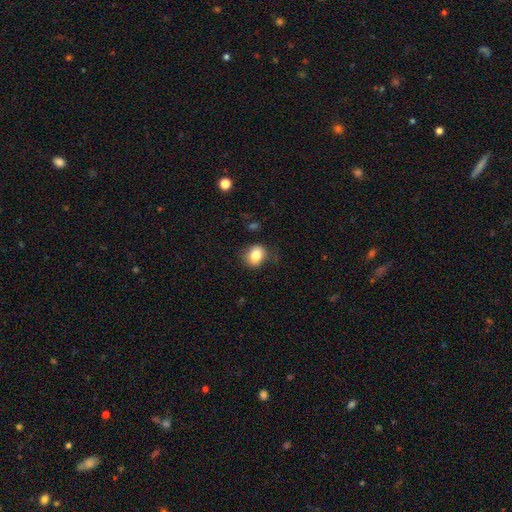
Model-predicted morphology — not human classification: Smooth or featured? smooth (81%)
How rounded? round (51%)
Merging? none (74%)